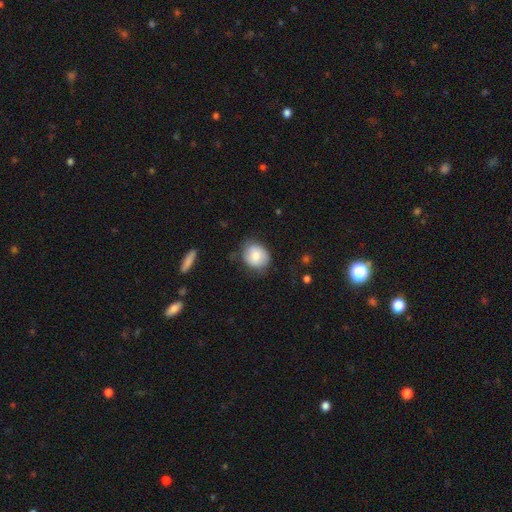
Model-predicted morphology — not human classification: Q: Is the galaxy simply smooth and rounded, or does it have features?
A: smooth — 79%.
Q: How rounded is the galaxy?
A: round — 67%.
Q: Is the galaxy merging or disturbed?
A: none — 71%.